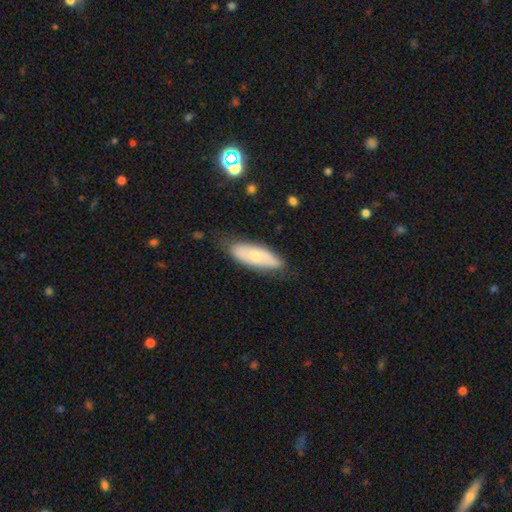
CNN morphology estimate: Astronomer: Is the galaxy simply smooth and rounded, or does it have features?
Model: smooth — 55% (runner-up: featured or disk, 38%).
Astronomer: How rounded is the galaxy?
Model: in between — 64%.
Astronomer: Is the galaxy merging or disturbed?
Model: none — 76%.